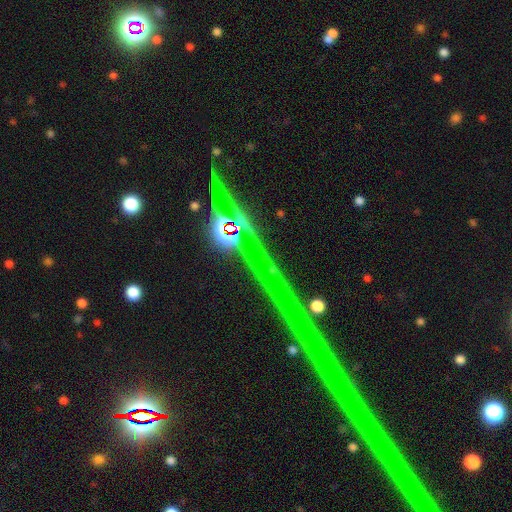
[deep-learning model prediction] A star or artifact, not a galaxy (73%).

Vote fractions:
- Smooth or featured? star or artifact: 73% / featured or disk: 18% / smooth: 9%